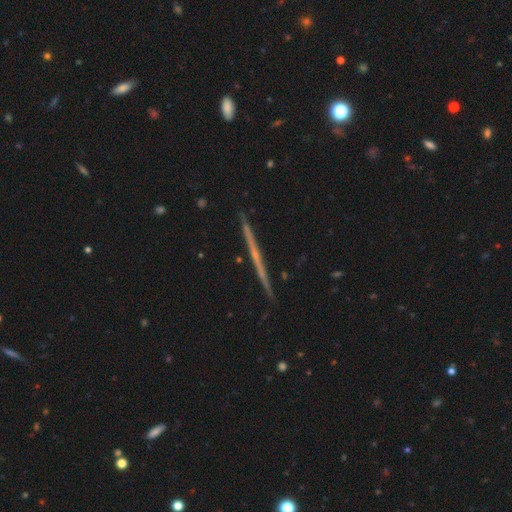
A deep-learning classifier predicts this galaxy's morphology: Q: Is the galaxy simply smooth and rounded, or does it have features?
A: featured or disk — 67%.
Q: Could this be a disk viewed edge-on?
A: yes — 98%.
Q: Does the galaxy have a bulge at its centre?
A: none — 76%.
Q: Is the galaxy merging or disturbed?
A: none — 91%.